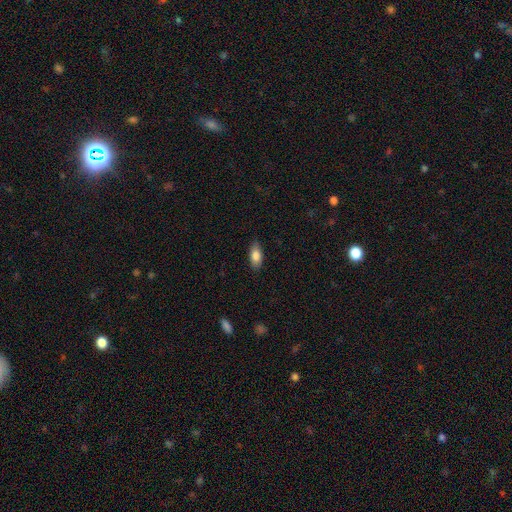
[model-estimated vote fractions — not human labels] A smooth galaxy with no disk features (82%) that is in between round and cigar-shaped (85%). Merging: none (85%).